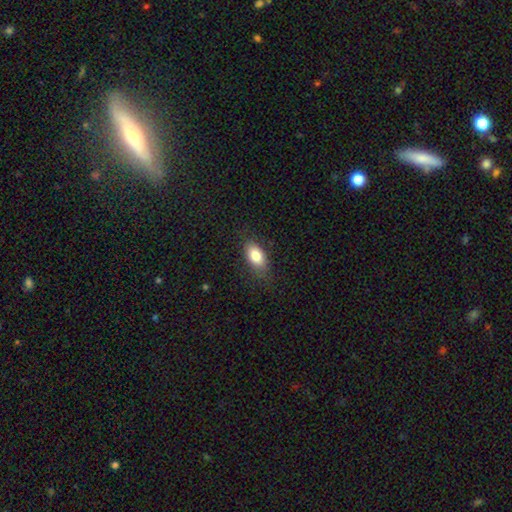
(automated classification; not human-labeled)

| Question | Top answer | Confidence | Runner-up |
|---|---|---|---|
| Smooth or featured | smooth | 81% | featured or disk (11%) |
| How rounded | in between | 90% | cigar-shaped (5%) |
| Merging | none | 81% | minor disturbance (14%) |